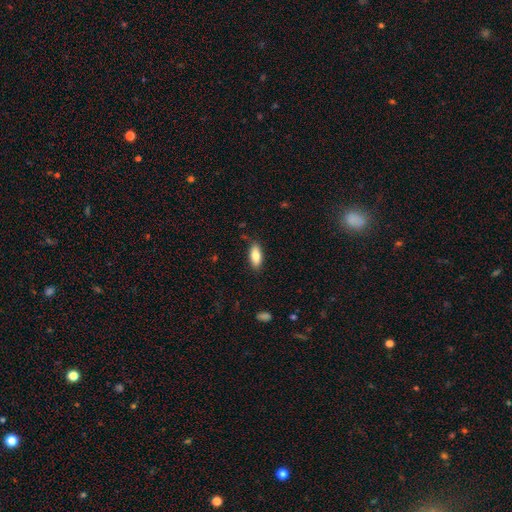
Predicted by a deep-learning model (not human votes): Smooth or featured? smooth (79%)
How rounded? in between (81%)
Merging? none (84%)